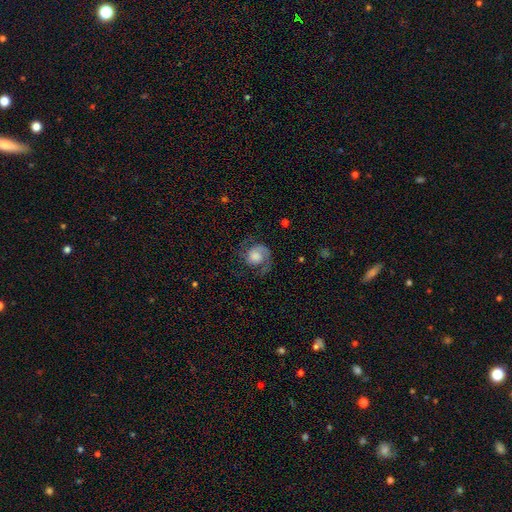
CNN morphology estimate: A featured or disk galaxy (73%) with no bar (73%), 2 (56%) medium (44%) spiral arms (95%) and a large central bulge (40%).

Vote fractions:
- Smooth or featured? featured or disk: 73% / smooth: 20% / star or artifact: 7%
- Edge-on disk? no: 98% / yes: 2%
- Bar? no: 73% / weak: 23% / strong: 3%
- Spiral arms? yes: 95% / no: 5%
- Spiral winding? medium: 44% / tight: 34% / loose: 23%
- Spiral arm count? 2: 56% / 1: 36% / can't tell: 4% / 3: 2% / 4: 1% / more than 4: 1%
- Bulge size? large: 40% / moderate: 25% / small: 13% / none: 13% / dominant: 8%
- Merging? none: 63% / minor disturbance: 18% / major disturbance: 17% / merger: 2%